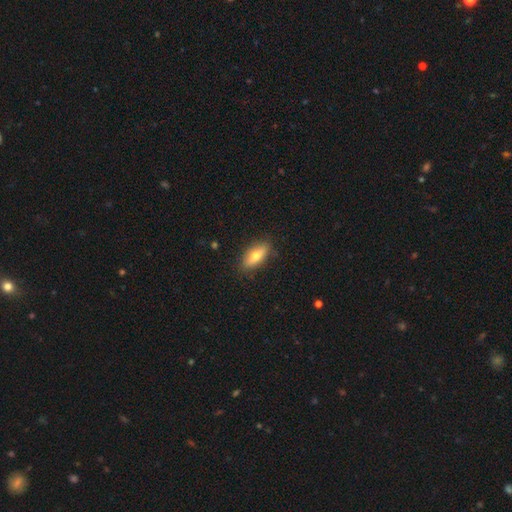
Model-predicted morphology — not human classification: Smooth or featured: smooth — 63% (featured or disk — 31%)
How rounded: in between — 71% (cigar-shaped — 26%)
Merging: none — 85% (minor disturbance — 12%)